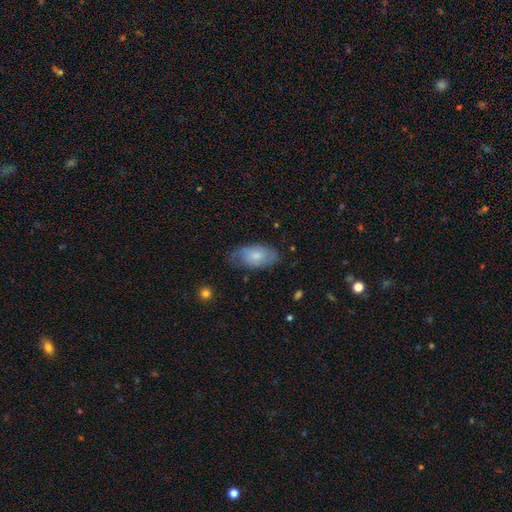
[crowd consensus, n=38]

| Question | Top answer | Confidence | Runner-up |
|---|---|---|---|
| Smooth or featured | smooth | 61% | featured or disk (37%) |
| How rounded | in between | 100% | — |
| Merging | none | 86% | minor disturbance (11%) |